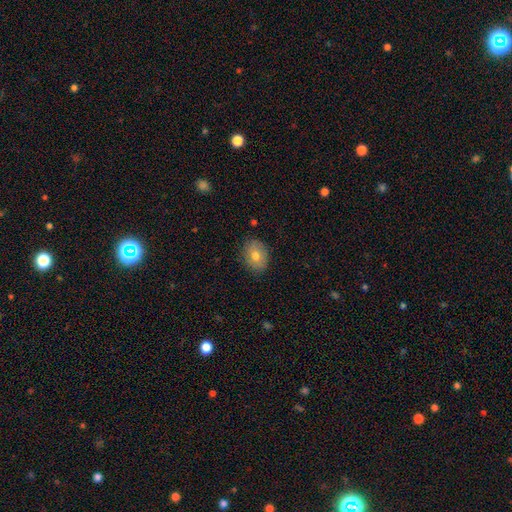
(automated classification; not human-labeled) smooth_or_featured: smooth (p=0.72) [alt: featured or disk p=0.20]
how_rounded: in between (p=0.61) [alt: round p=0.38]
merging: none (p=0.84) [alt: minor disturbance p=0.12]